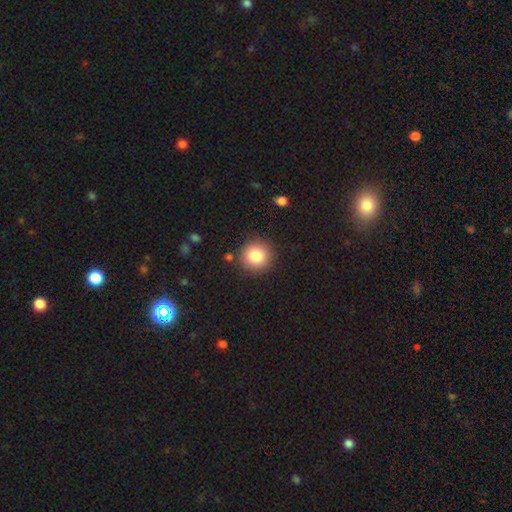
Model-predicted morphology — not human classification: Q: Smooth or featured?
A: smooth (83%); runner-up: star or artifact (10%)
Q: How rounded?
A: round (94%); runner-up: in between (5%)
Q: Merging?
A: none (88%); runner-up: minor disturbance (7%)